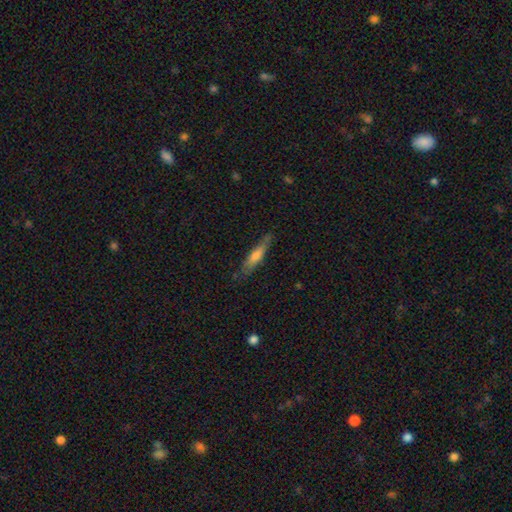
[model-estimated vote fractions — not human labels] Smooth or featured? smooth (55%)
How rounded? cigar-shaped (84%)
Merging? none (78%)